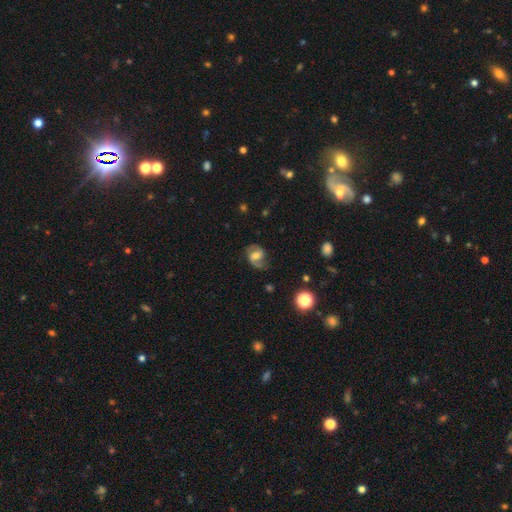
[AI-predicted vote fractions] Smooth or featured? featured or disk (62%)
Edge-on disk? no (97%)
Bar? weak (45%)
Spiral arms? yes (86%)
Spiral winding? medium (46%)
Spiral arm count? 2 (85%)
Bulge size? moderate (61%)
Merging? none (68%)